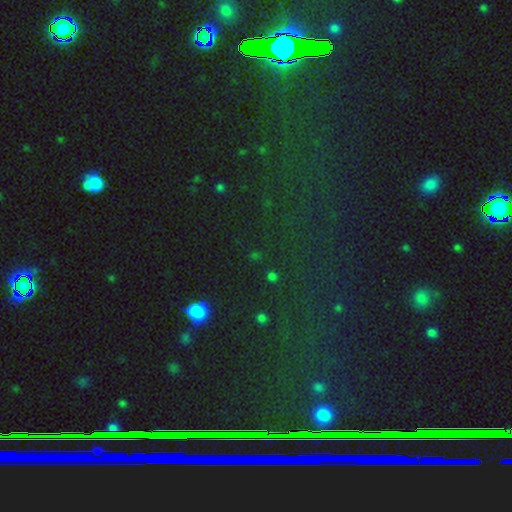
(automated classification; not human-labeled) Smooth or featured: star or artifact — 53% (smooth — 39%)